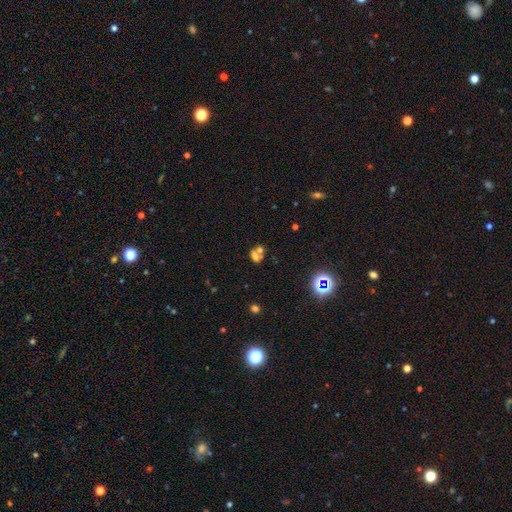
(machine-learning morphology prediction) Q: Smooth or featured?
A: smooth (54%); runner-up: star or artifact (25%)
Q: How rounded?
A: in between (58%); runner-up: round (40%)
Q: Merging?
A: merger (54%); runner-up: none (32%)